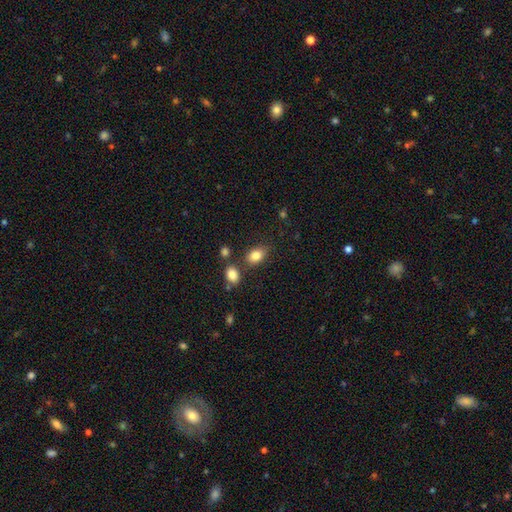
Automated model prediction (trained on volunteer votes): A smooth galaxy with no disk features (83%) that is in between round and cigar-shaped (80%). Merging: none (71%).